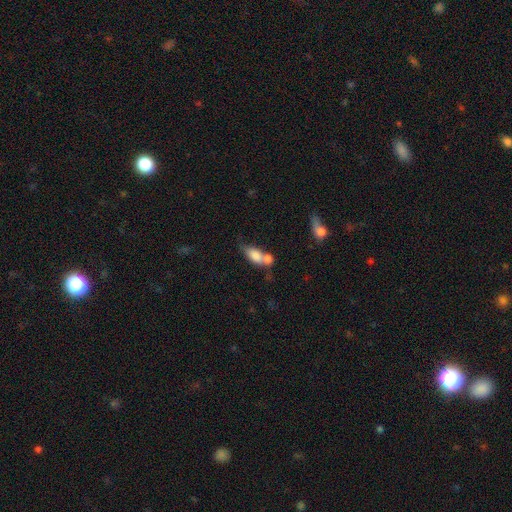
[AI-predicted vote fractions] Smooth or featured?
  - smooth: 77% *
  - featured or disk: 15%
  - star or artifact: 8%
How rounded?
  - in between: 81% *
  - cigar-shaped: 11%
  - round: 8%
Merging?
  - merger: 56% *
  - none: 25%
  - minor disturbance: 12%
  - major disturbance: 8%